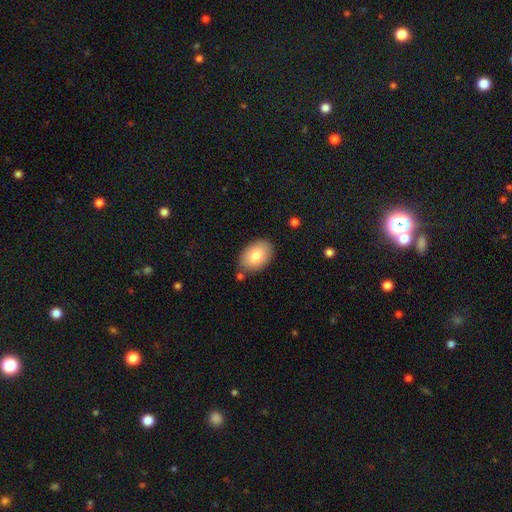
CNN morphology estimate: This appears to be a smooth galaxy with no disk features (81%) that is in between round and cigar-shaped (88%). Merging: none (81%).